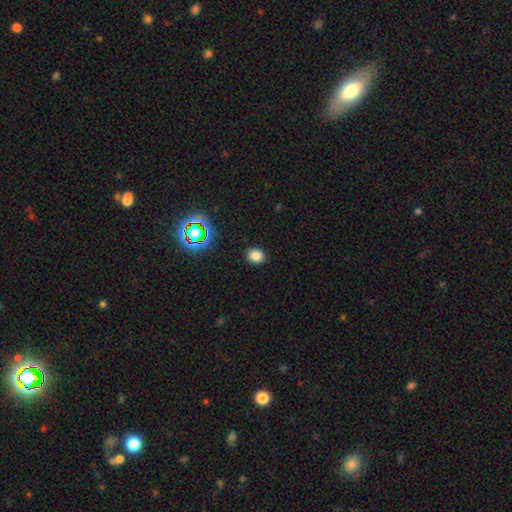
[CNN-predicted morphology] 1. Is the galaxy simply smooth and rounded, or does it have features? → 80% smooth, 16% star or artifact, 5% featured or disk.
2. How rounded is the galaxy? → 55% round, 44% in between, 1% cigar-shaped.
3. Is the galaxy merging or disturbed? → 89% none, 7% minor disturbance, 2% major disturbance, 1% merger.